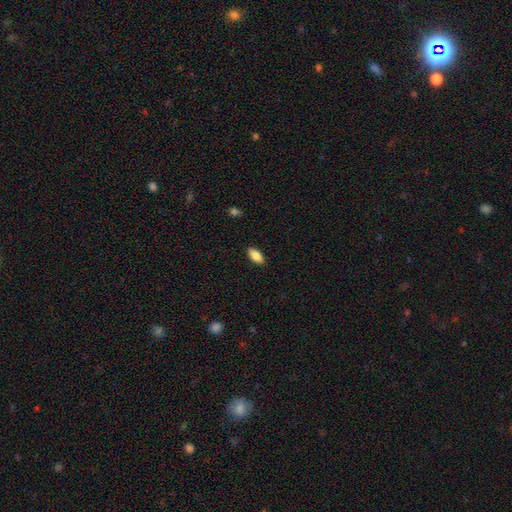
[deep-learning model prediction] Smooth or featured? smooth (85%)
How rounded? in between (88%)
Merging? none (88%)